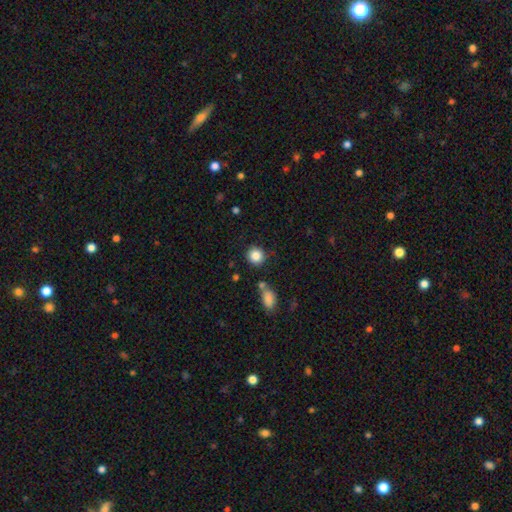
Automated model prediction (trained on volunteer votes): Overall: smooth (85%). How rounded: round (89%). Merging: none (82%).